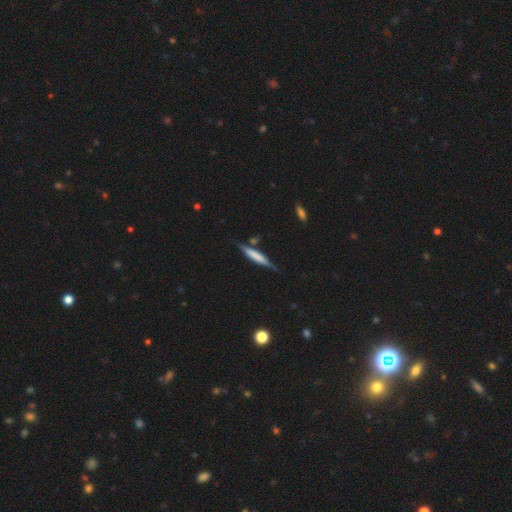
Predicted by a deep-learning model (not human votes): This appears to be a smooth galaxy with no disk features (55%) that is cigar-shaped (91%). Merging: none (77%).